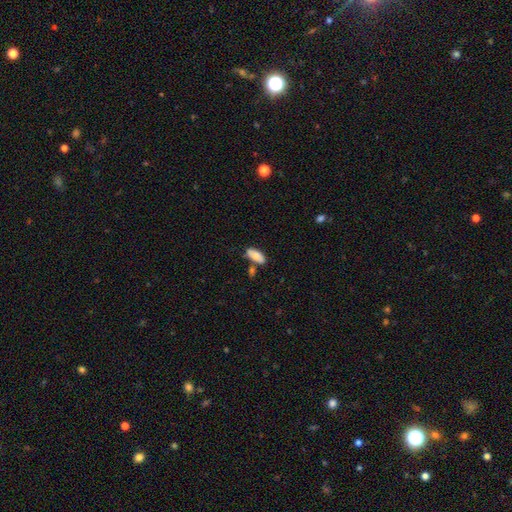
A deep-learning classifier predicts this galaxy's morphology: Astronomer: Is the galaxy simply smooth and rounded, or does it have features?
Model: smooth — 77%.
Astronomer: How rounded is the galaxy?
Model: in between — 86%.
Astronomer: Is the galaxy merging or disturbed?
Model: none — 65%.